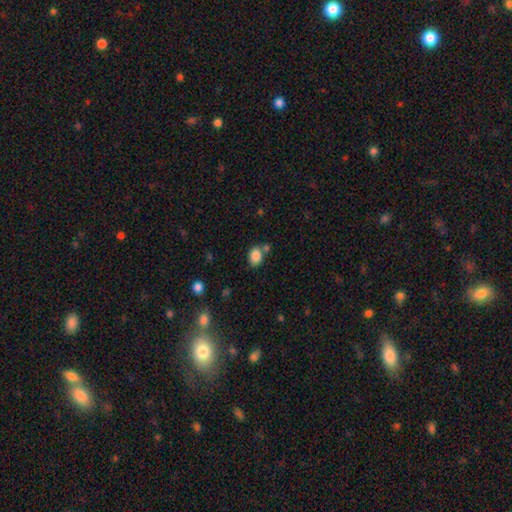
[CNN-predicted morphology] This is clearly a smooth galaxy (86%). How rounded: likely in between (64%). Merging: likely none (67%).